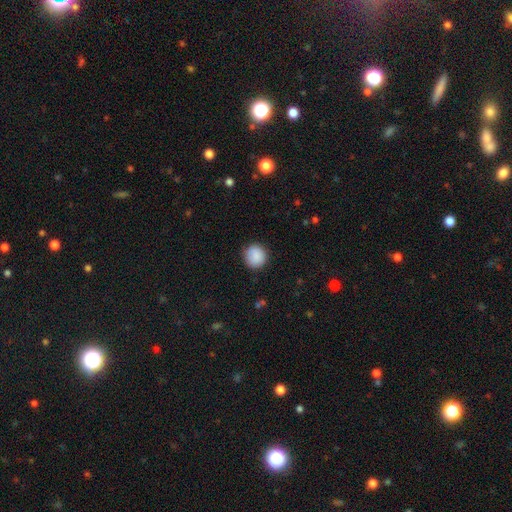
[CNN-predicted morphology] smooth_or_featured: smooth (p=0.89) [alt: star or artifact p=0.07]
how_rounded: round (p=0.91) [alt: in between p=0.08]
merging: none (p=0.87) [alt: minor disturbance p=0.10]